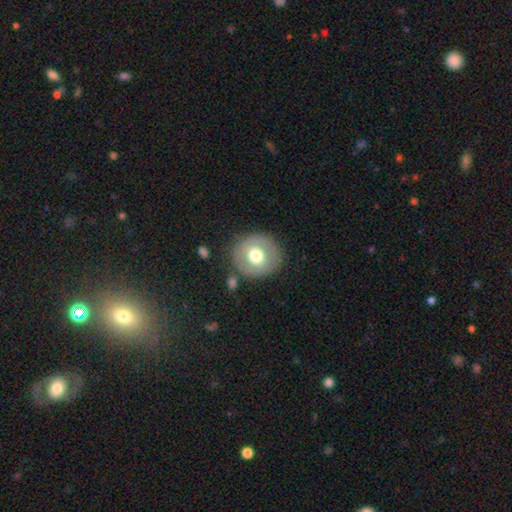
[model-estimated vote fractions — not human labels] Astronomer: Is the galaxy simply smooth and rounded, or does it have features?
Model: smooth — 59%.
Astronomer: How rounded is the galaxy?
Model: round — 88%.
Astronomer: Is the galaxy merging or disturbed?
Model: none — 81%.